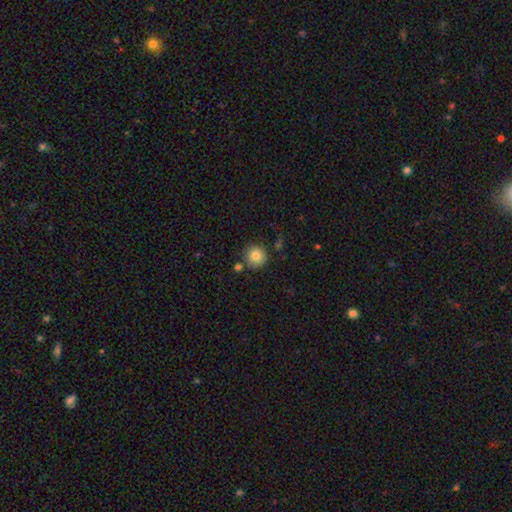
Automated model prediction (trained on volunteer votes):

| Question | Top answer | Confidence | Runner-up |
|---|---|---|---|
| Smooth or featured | smooth | 83% | star or artifact (9%) |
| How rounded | round | 93% | in between (6%) |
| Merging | none | 80% | minor disturbance (10%) |